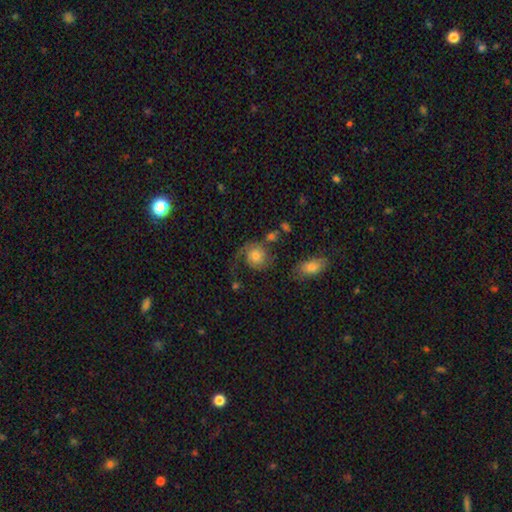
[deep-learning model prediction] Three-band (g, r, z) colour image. It shows a featured or disk galaxy (49%). Merging: none (46%).